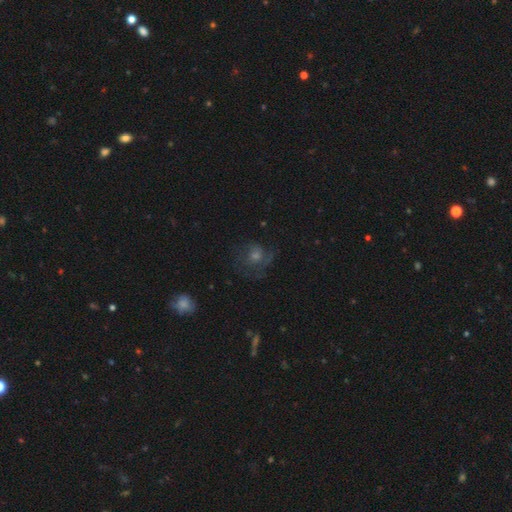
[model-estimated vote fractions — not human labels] This is possibly a featured or disk galaxy (48%). Merging: likely none (66%).